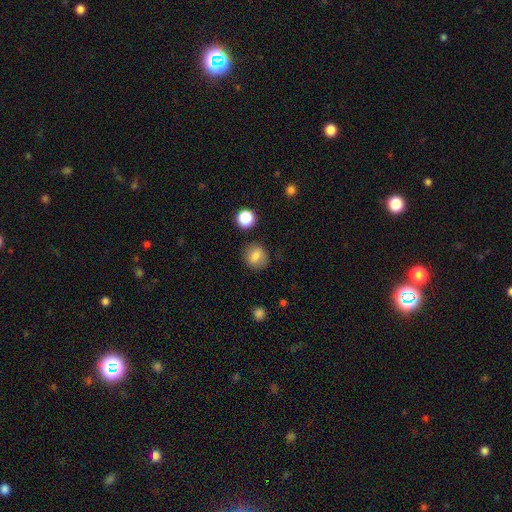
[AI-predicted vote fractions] This appears to be a smooth galaxy with no disk features (77%) that is round (81%). Merging: none (84%).